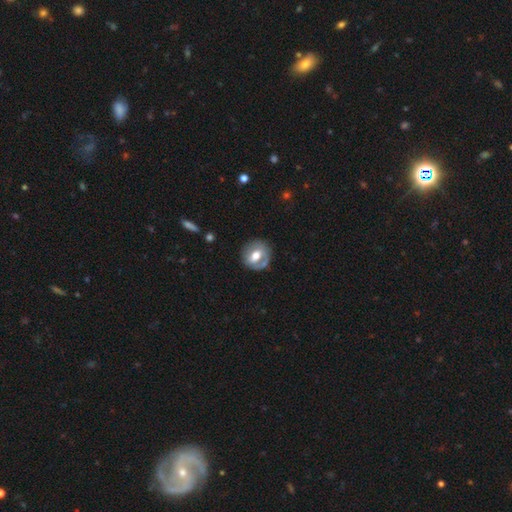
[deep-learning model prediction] smooth_or_featured: featured or disk (p=0.49) [alt: smooth p=0.45]
merging: none (p=0.72) [alt: minor disturbance p=0.18]